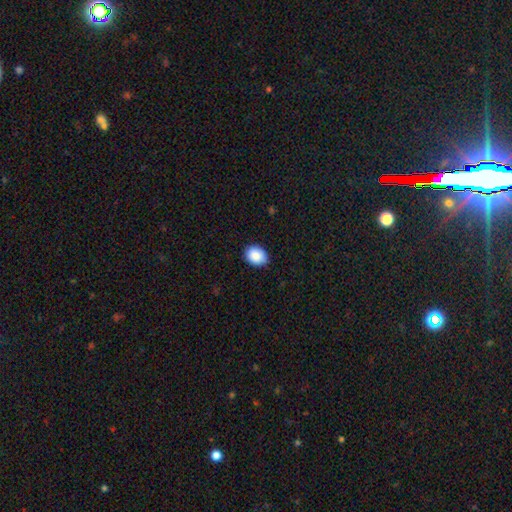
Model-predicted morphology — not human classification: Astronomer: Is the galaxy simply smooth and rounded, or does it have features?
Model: smooth — 88%.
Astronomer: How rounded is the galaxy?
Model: in between — 56% (runner-up: round, 43%).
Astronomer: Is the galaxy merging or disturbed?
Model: none — 86%.